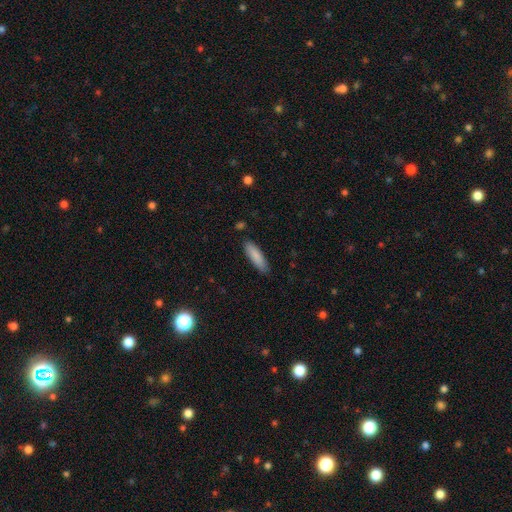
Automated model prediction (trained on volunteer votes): Q: Smooth or featured?
A: smooth (87%); runner-up: featured or disk (7%)
Q: How rounded?
A: cigar-shaped (59%); runner-up: in between (40%)
Q: Merging?
A: none (84%); runner-up: minor disturbance (12%)